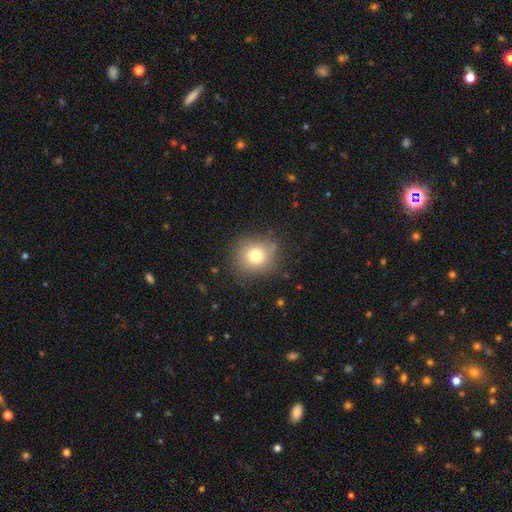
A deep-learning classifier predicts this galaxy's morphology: Smooth or featured? Predicted: smooth (p=0.76). How rounded? Predicted: round (p=0.86). Merging? Predicted: none (p=0.82).